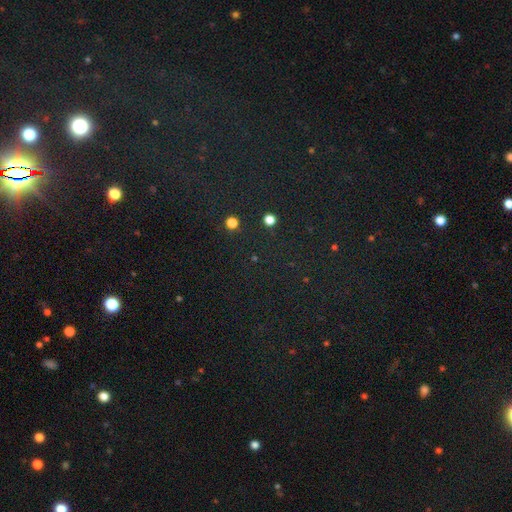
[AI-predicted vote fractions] Morphology: type=star or artifact (76%).